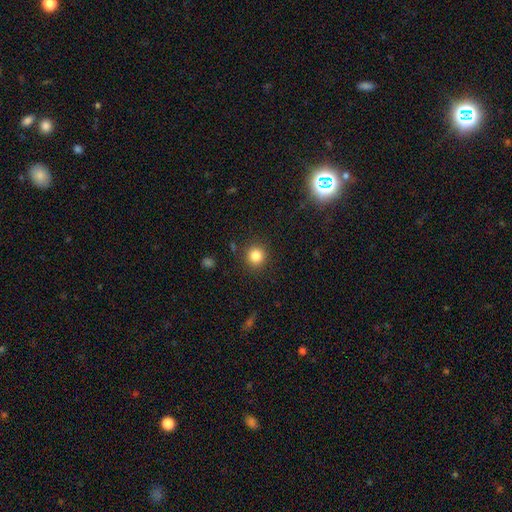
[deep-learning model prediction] Overall: smooth (83%). How rounded: round (93%). Merging: none (89%).